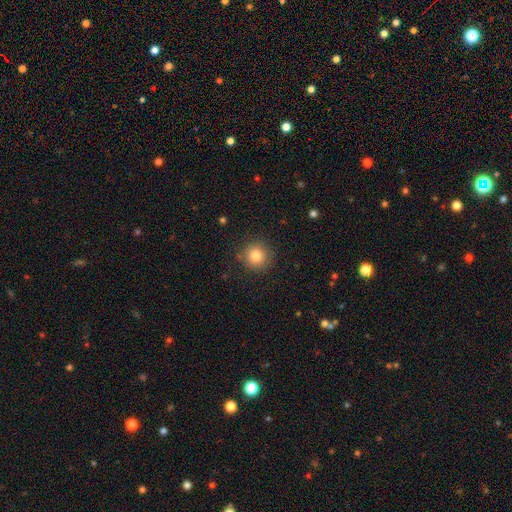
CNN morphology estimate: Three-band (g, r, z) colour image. It shows a smooth galaxy with no disk features (83%) that is round (94%). Merging: none (87%).